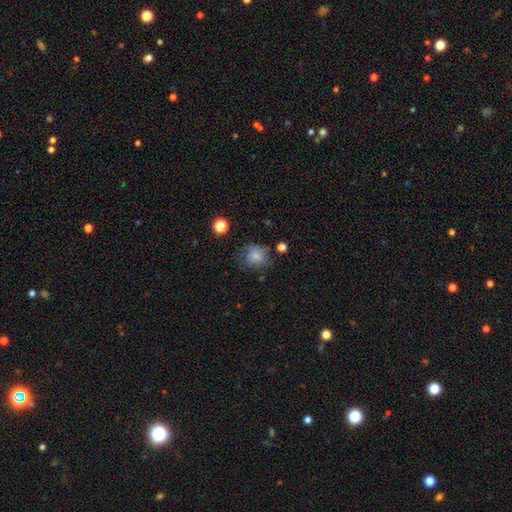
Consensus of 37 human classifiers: Overall: smooth (81%). How rounded: round (80%). Merging: none (76%).